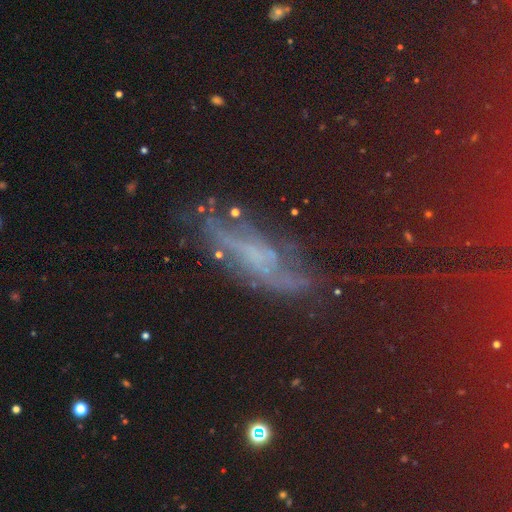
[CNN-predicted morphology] The model was most divided on "smooth or featured": star or artifact: 40%, featured or disk: 37%, smooth: 23%.